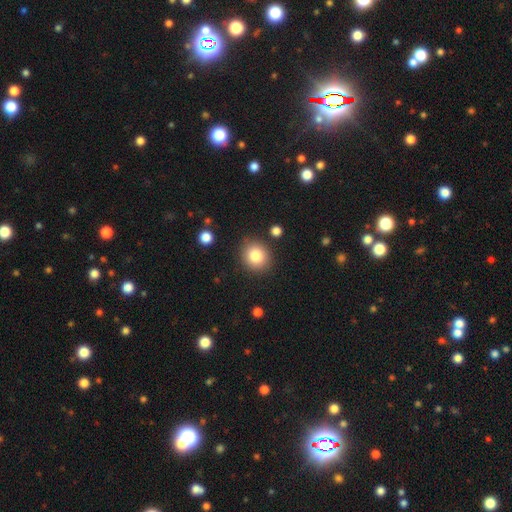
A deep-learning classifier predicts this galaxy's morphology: smooth 83%, star or artifact 10%, featured or disk 7%. Down the decision tree: how rounded — round (81%); merging — none (86%).